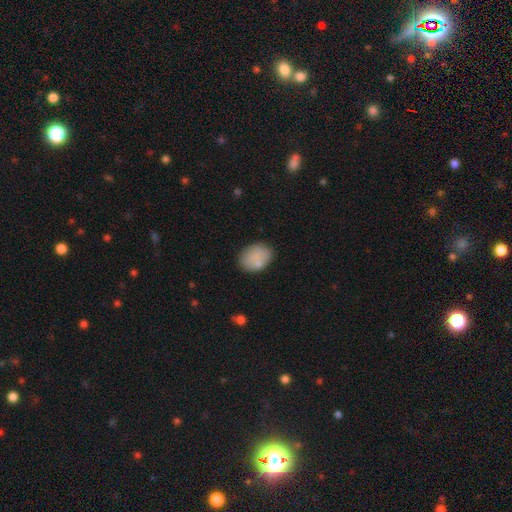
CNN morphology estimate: A smooth galaxy with no disk features (81%) that is in between round and cigar-shaped (75%). Merging: none (71%).